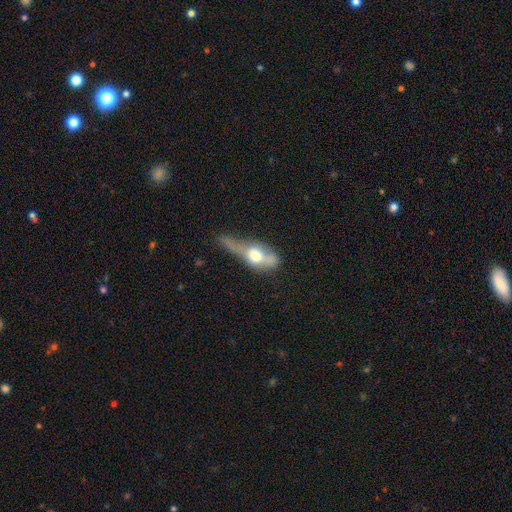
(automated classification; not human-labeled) The model was most divided on "merging": major disturbance: 36%, minor disturbance: 24%, merger: 20%, none: 20%. More confident: how rounded — in between (71%); smooth or featured — smooth (55%).